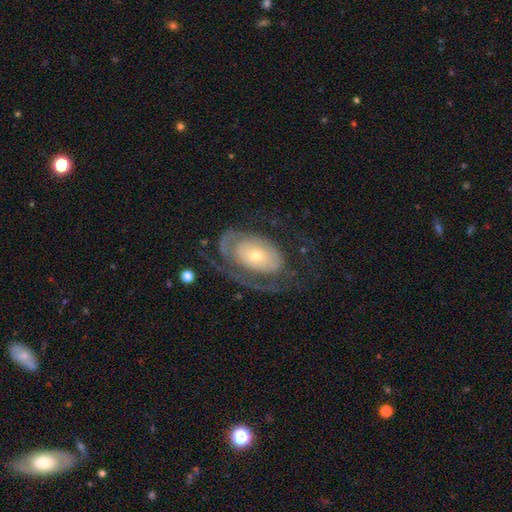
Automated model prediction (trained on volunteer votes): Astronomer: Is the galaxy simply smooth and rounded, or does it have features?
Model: featured or disk — 71%.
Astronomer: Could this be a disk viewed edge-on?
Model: no — 94%.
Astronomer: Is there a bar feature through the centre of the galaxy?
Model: no — 78%.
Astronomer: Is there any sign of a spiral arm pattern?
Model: yes — 70%.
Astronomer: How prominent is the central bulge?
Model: small — 56% (runner-up: moderate, 37%).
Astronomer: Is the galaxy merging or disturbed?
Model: none — 43% (runner-up: major disturbance, 38%).